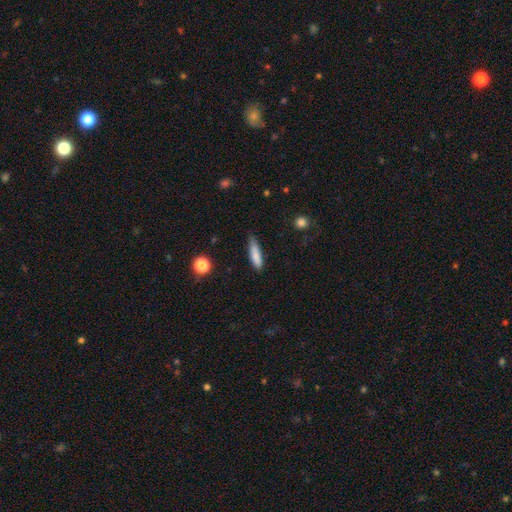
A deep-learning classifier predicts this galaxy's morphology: Smooth or featured?
  - smooth: 82% *
  - featured or disk: 11%
  - star or artifact: 7%
How rounded?
  - cigar-shaped: 72% *
  - in between: 26%
  - round: 2%
Merging?
  - none: 68% *
  - minor disturbance: 26%
  - major disturbance: 4%
  - merger: 2%